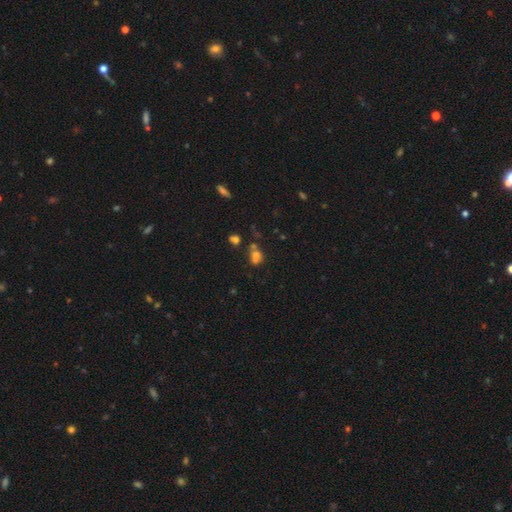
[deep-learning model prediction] This is likely a smooth galaxy (65%). How rounded: possibly round (50%). Merging: marginally merger (39%).